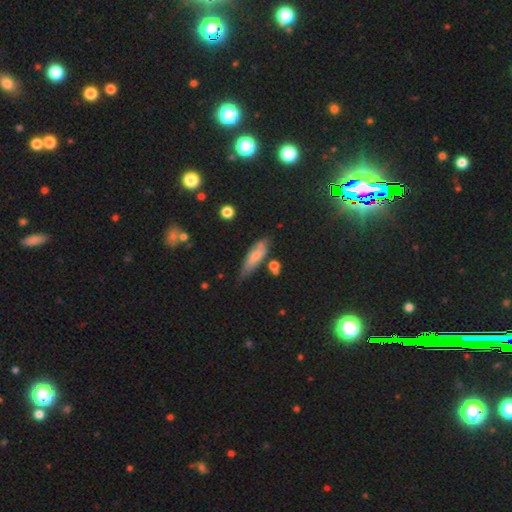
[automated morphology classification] A smooth galaxy with no disk features (61%) that is in between round and cigar-shaped (55%). Merging: none (53%).